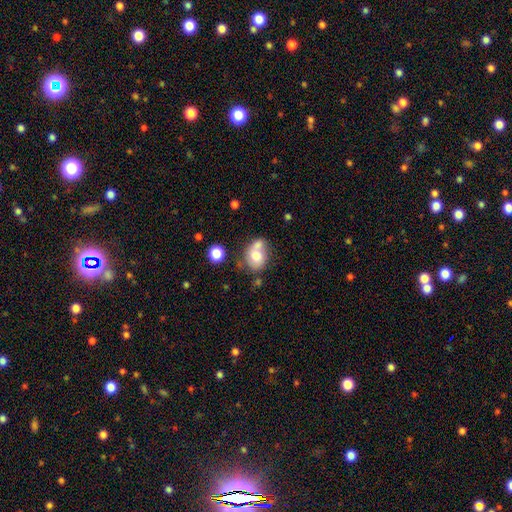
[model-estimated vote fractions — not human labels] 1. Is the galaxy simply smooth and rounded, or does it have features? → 67% smooth, 24% featured or disk, 9% star or artifact.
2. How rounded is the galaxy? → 50% round, 49% in between, 1% cigar-shaped.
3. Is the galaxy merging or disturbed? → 42% merger, 33% none, 16% minor disturbance, 9% major disturbance.